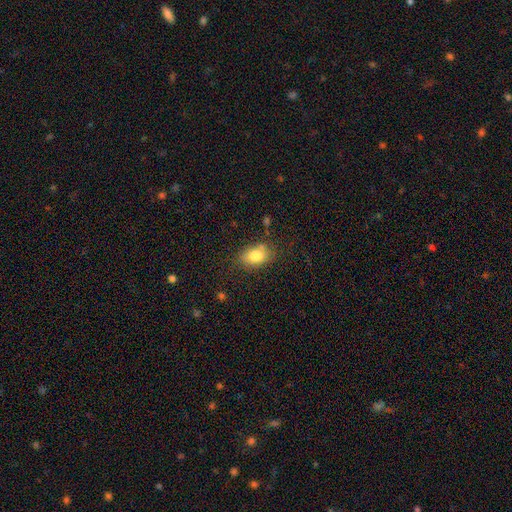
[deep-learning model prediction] Overall: smooth (81%). How rounded: in between (82%). Merging: none (73%).